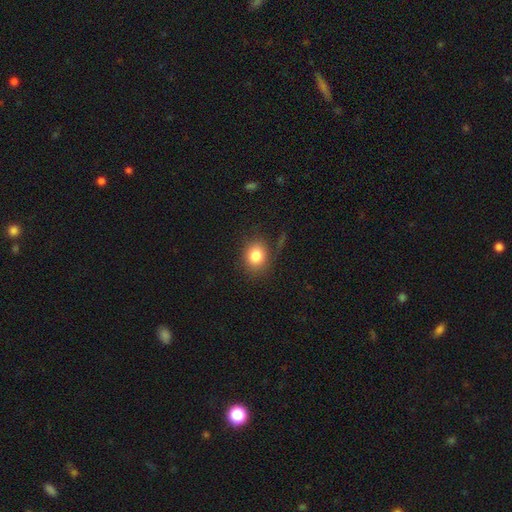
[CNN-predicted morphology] type=smooth (82%); roundness=round (59%); merging=none (78%).